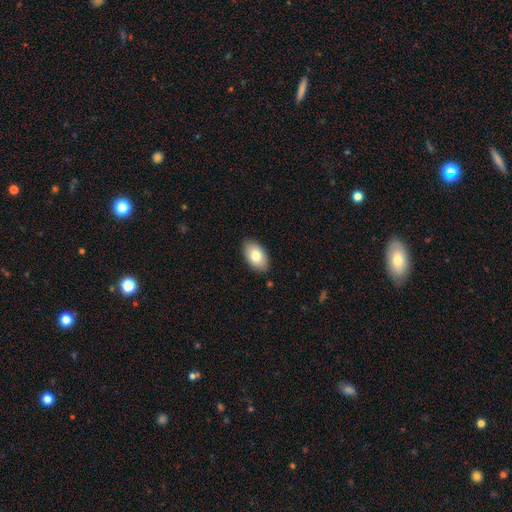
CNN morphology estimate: This appears to be a smooth galaxy with no disk features (81%) that is in between round and cigar-shaped (94%). Merging: none (87%).